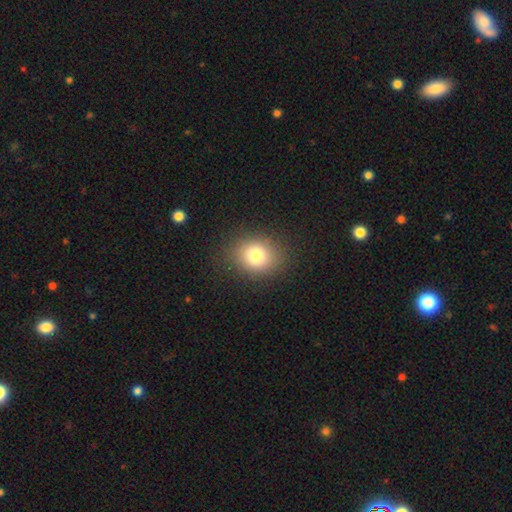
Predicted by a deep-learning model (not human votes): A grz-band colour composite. It shows a smooth galaxy with no disk features (78%) that is round (57%). Merging: none (87%).